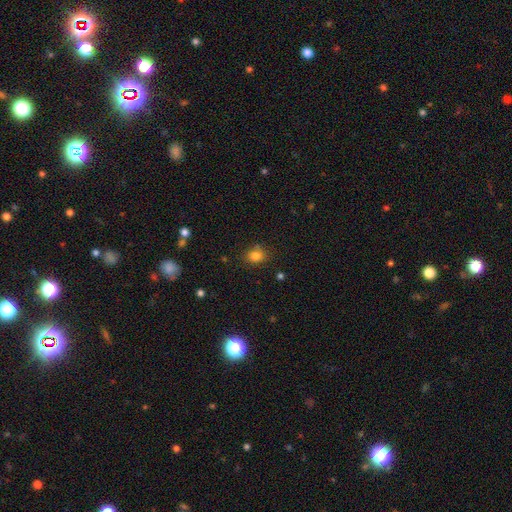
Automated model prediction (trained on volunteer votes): A smooth galaxy with no disk features (81%) that is round (58%).

Vote fractions:
- Smooth or featured? smooth: 81% / star or artifact: 13% / featured or disk: 6%
- How rounded? round: 58% / in between: 41% / cigar-shaped: 1%
- Merging? none: 77% / minor disturbance: 14% / merger: 5% / major disturbance: 4%